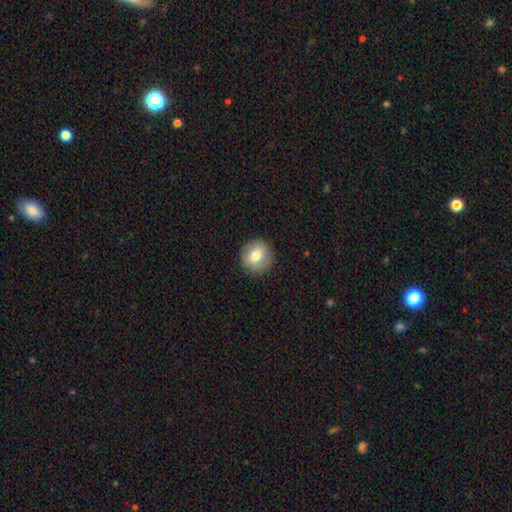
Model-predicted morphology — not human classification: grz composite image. It shows a smooth galaxy with no disk features (72%) that is round (91%). Merging: none (89%).